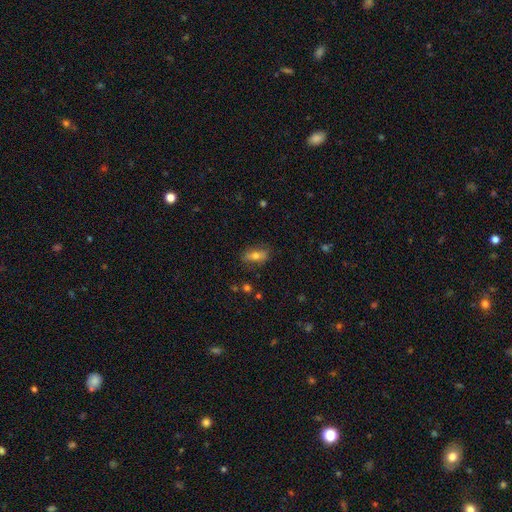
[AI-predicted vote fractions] Morphology: type=smooth (65%); roundness=in between (76%); merging=none (81%).